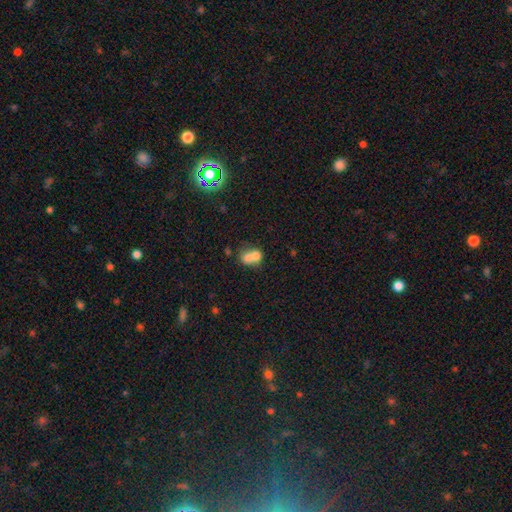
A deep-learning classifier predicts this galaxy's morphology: The model was most divided on "how rounded": in between: 57%, round: 42%, cigar-shaped: 2%. More confident: smooth or featured — smooth (68%); merging — merger (66%).